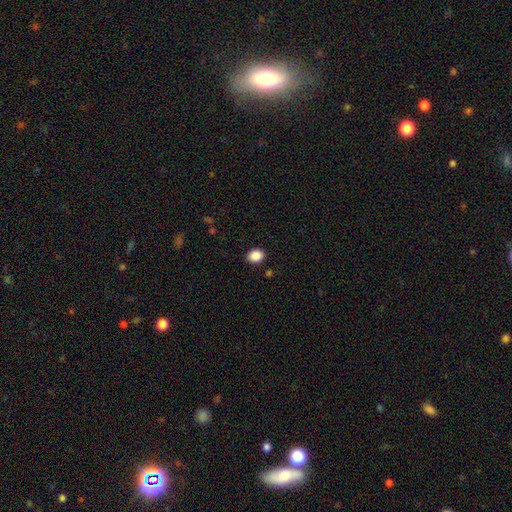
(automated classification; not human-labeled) Smooth or featured? smooth (88%)
How rounded? in between (50%)
Merging? none (90%)